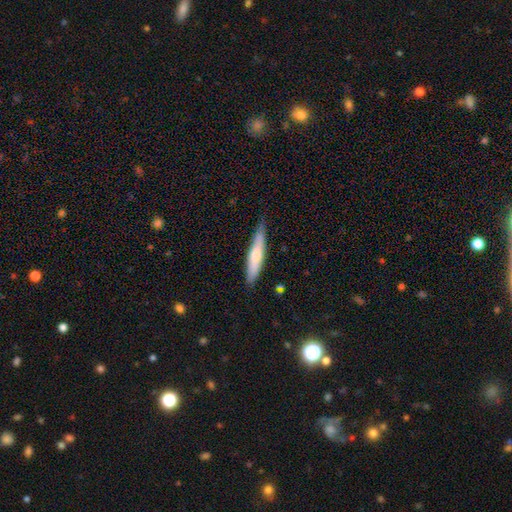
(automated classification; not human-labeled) This appears to be a smooth galaxy with no disk features (62%) that is cigar-shaped (86%). Merging: none (77%).